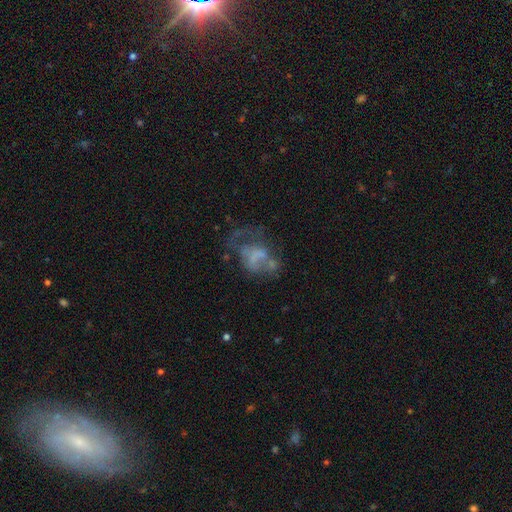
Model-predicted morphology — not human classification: Smooth or featured: featured or disk — 51% (smooth — 35%)
Edge-on disk: no — 98% (yes — 2%)
Merging: major disturbance — 44% (none — 25%)